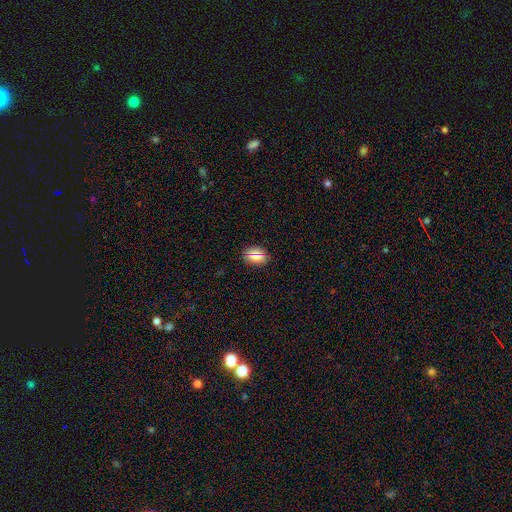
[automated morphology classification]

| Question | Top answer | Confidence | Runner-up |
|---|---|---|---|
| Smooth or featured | smooth | 74% | star or artifact (18%) |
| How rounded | in between | 66% | round (30%) |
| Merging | none | 86% | minor disturbance (10%) |